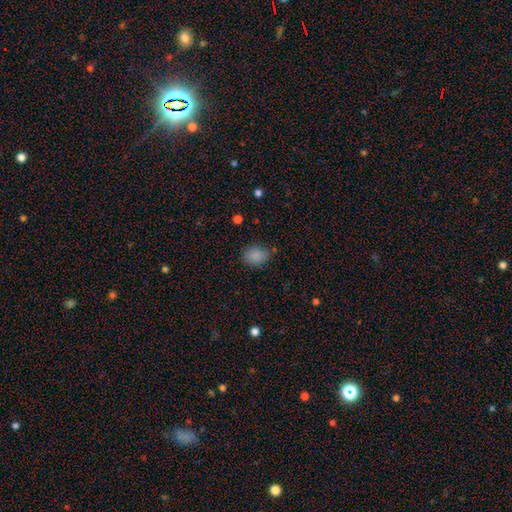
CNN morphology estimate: smooth_or_featured: smooth (p=0.86) [alt: star or artifact p=0.10]
how_rounded: in between (p=0.54) [alt: round p=0.45]
merging: none (p=0.78) [alt: minor disturbance p=0.16]